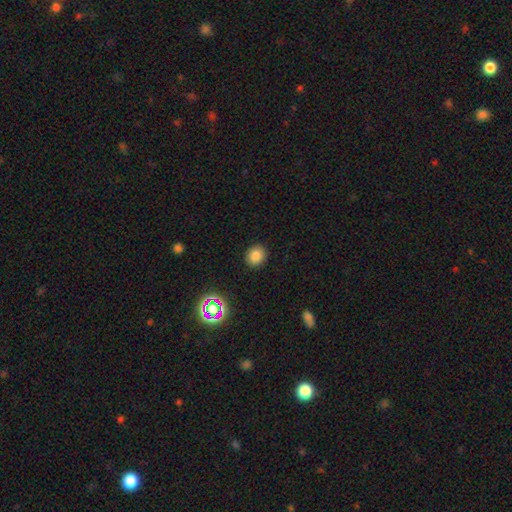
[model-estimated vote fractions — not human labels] A smooth galaxy with no disk features (81%) that is round (71%). Merging: none (90%).